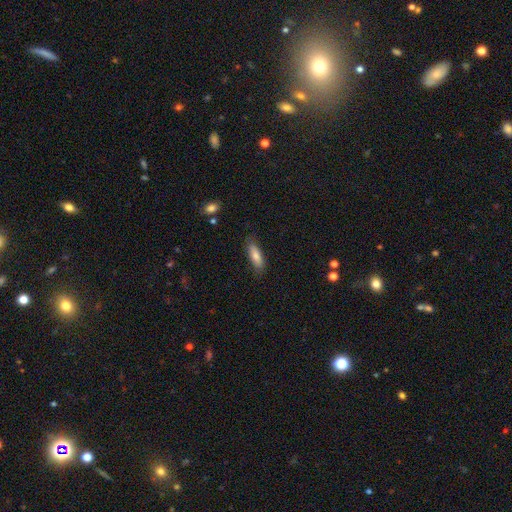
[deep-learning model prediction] Q: Smooth or featured?
A: smooth (77%); runner-up: featured or disk (16%)
Q: How rounded?
A: in between (55%); runner-up: cigar-shaped (43%)
Q: Merging?
A: none (80%); runner-up: minor disturbance (16%)